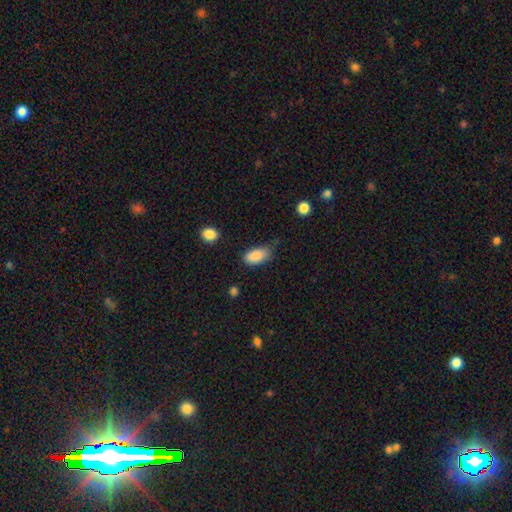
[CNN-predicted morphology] smooth-or-featured: smooth: 88% | star or artifact: 7% | featured or disk: 5%
  how-rounded: in between: 92% | cigar-shaped: 4% | round: 4%
  merging: none: 60% | minor disturbance: 31% | major disturbance: 6% | merger: 3%